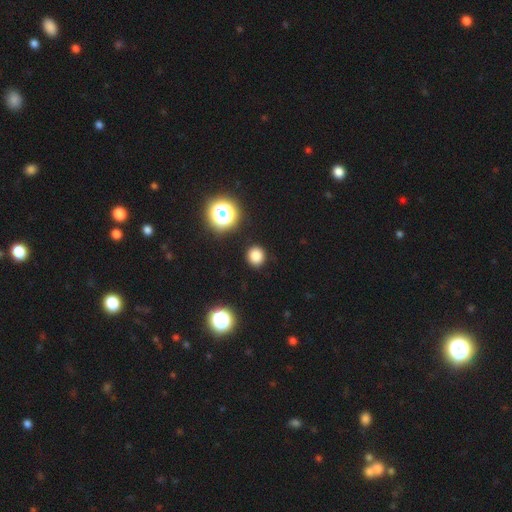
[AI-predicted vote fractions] smooth-or-featured: smooth: 81% | star or artifact: 15% | featured or disk: 4%
  how-rounded: round: 91% | in between: 8% | cigar-shaped: 1%
  merging: none: 91% | minor disturbance: 5% | major disturbance: 2% | merger: 1%